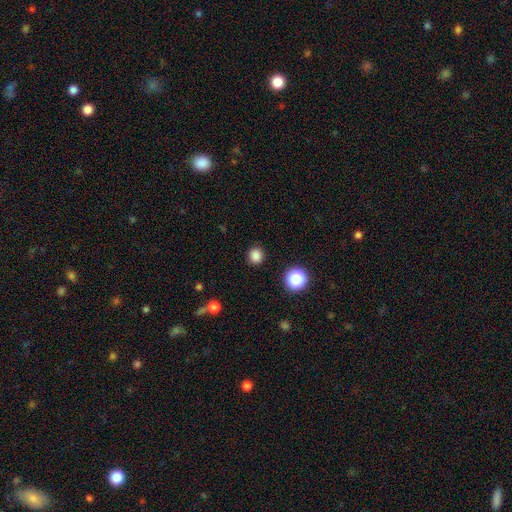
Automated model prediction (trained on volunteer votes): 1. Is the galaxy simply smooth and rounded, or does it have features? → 84% smooth, 13% star or artifact, 3% featured or disk.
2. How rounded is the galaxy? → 87% round, 12% in between, 1% cigar-shaped.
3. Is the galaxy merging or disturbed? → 91% none, 6% minor disturbance, 2% major disturbance, 1% merger.